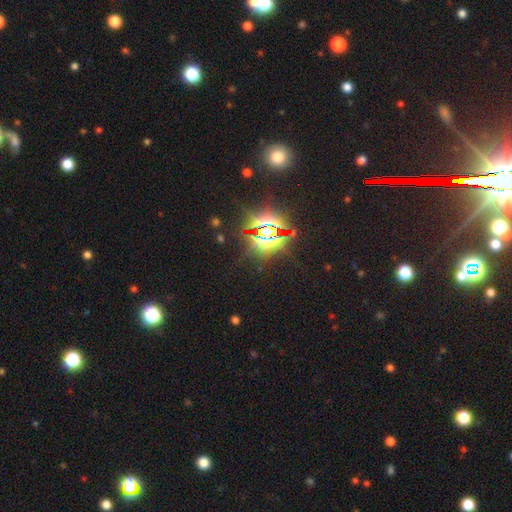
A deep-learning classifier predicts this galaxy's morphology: This appears to be a star or artifact, not a galaxy (83%).